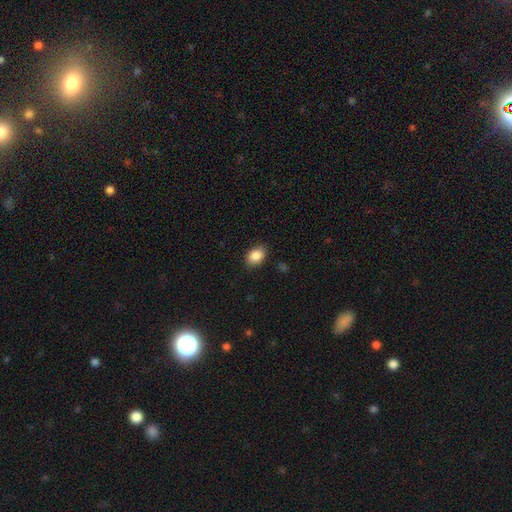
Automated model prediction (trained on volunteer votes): smooth_or_featured: smooth (p=0.88) [alt: star or artifact p=0.08]
how_rounded: in between (p=0.77) [alt: round p=0.22]
merging: none (p=0.86) [alt: minor disturbance p=0.10]